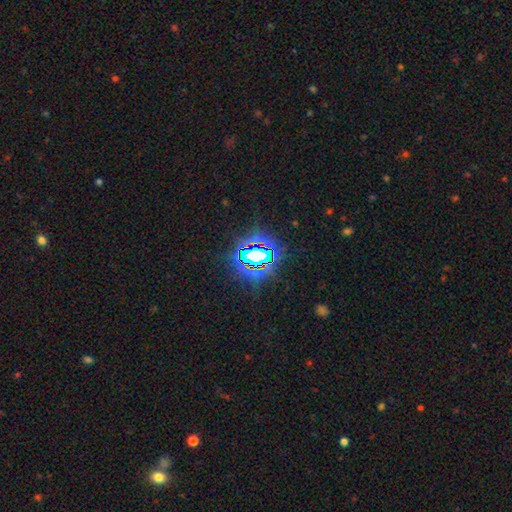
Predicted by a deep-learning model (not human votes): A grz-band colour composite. It shows a star or artifact, not a galaxy (74%).